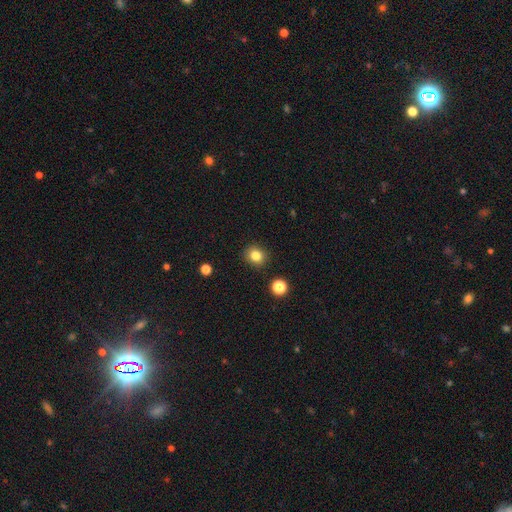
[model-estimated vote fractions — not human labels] smooth_or_featured: smooth (p=0.83) [alt: star or artifact p=0.12]
how_rounded: round (p=0.72) [alt: in between p=0.27]
merging: none (p=0.89) [alt: minor disturbance p=0.07]